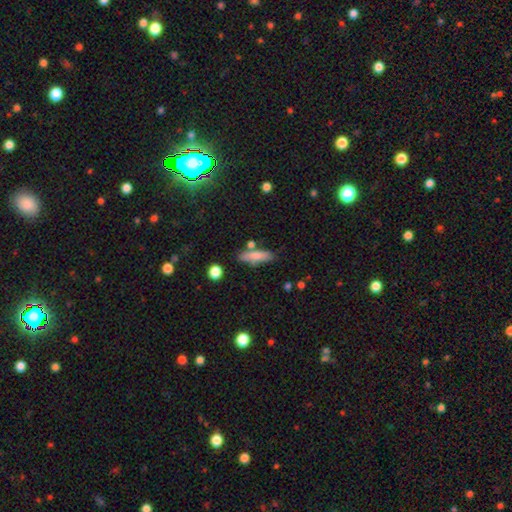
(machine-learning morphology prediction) smooth-or-featured: smooth: 77% | featured or disk: 16% | star or artifact: 7%
  how-rounded: cigar-shaped: 64% | in between: 34% | round: 3%
  merging: none: 71% | minor disturbance: 16% | merger: 9% | major disturbance: 4%